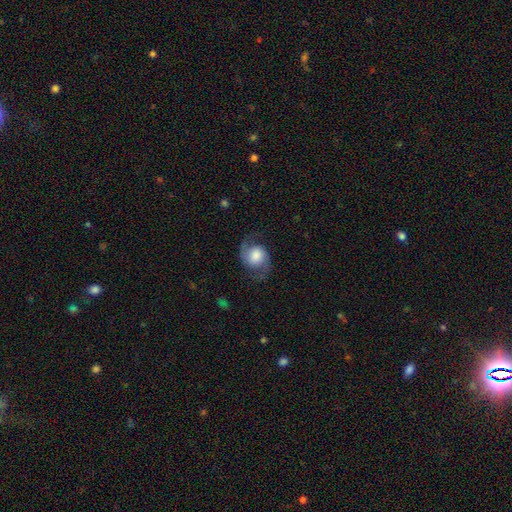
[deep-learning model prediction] Smooth or featured?
  - featured or disk: 72% *
  - smooth: 21%
  - star or artifact: 7%
Edge-on disk?
  - no: 98% *
  - yes: 2%
Bar?
  - no: 67% *
  - weak: 27%
  - strong: 6%
Spiral arms?
  - yes: 94% *
  - no: 6%
Spiral winding?
  - loose: 45% *
  - medium: 43%
  - tight: 12%
Spiral arm count?
  - 2: 93% *
  - can't tell: 2%
  - 1: 2%
  - 3: 1%
  - 4: 1%
  - more than 4: 1%
Bulge size?
  - large: 46% *
  - moderate: 25%
  - dominant: 15%
  - small: 8%
  - none: 6%
Merging?
  - none: 74% *
  - minor disturbance: 16%
  - major disturbance: 9%
  - merger: 1%